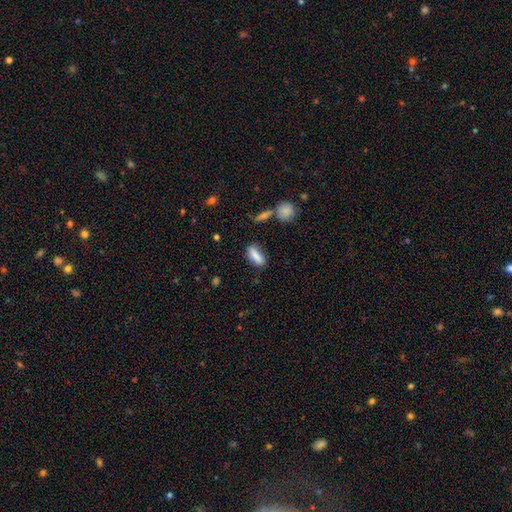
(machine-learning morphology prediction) A smooth galaxy with no disk features (84%) that is in between round and cigar-shaped (62%).

Vote fractions:
- Smooth or featured? smooth: 84% / featured or disk: 8% / star or artifact: 8%
- How rounded? in between: 62% / cigar-shaped: 35% / round: 3%
- Merging? none: 74% / minor disturbance: 16% / merger: 5% / major disturbance: 5%